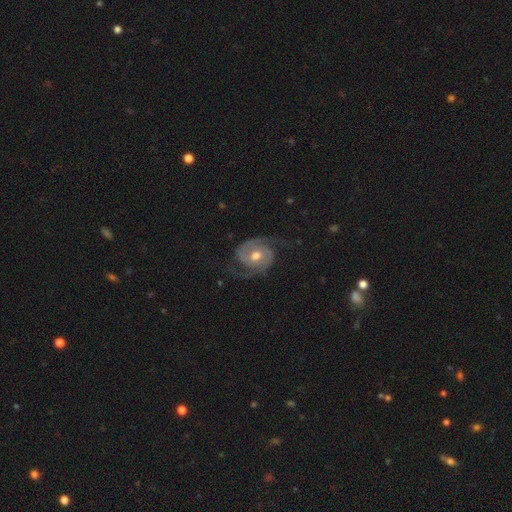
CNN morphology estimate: A featured or disk galaxy (90%) with no bar (60%), 2 (93%) medium (50%) spiral arms (98%) and a moderate central bulge (79%). Merging: none (76%).